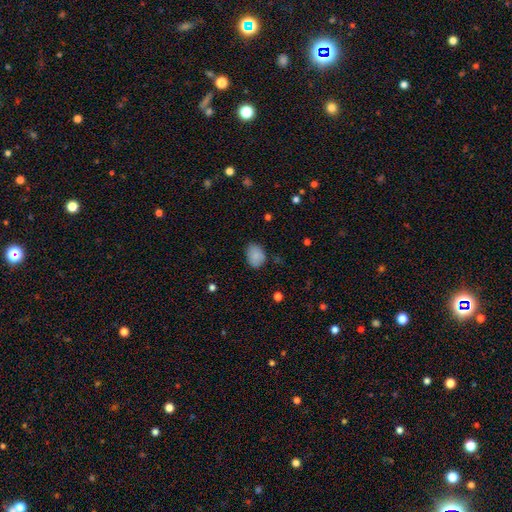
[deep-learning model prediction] The model was most divided on "how rounded": in between: 69%, round: 30%, cigar-shaped: 1%. More confident: smooth or featured — smooth (86%); merging — none (74%).